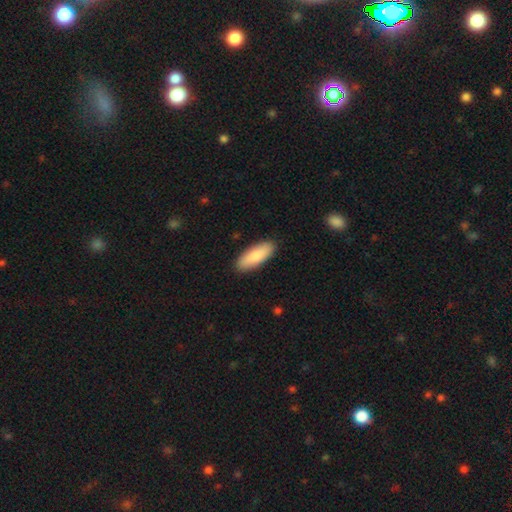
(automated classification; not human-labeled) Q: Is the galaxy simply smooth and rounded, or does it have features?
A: smooth — 84%.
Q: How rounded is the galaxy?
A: in between — 69%.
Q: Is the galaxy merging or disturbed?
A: none — 89%.